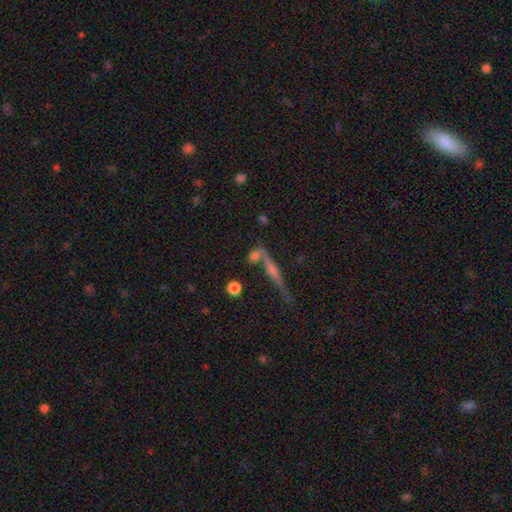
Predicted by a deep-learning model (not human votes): This appears to be a featured or disk galaxy (54%) viewed edge-on (77%). Merging: none (55%).